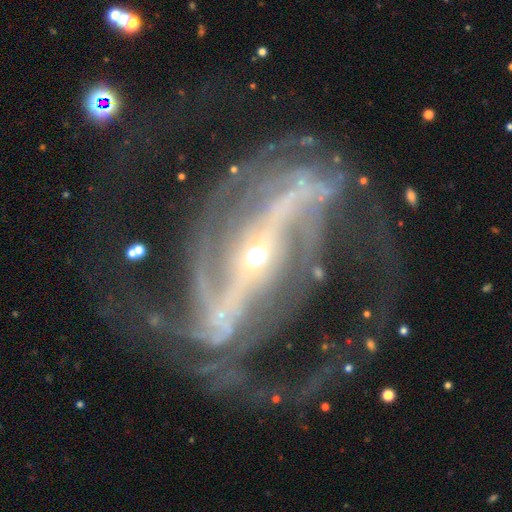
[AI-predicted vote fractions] Smooth or featured? Predicted: featured or disk (p=0.90). Edge-on disk? Predicted: no (p=0.89). Bar? Predicted: strong (p=0.81). Spiral arms? Predicted: yes (p=0.93). Spiral winding? Predicted: medium (p=0.45). Spiral arm count? Predicted: 2 (p=0.74). Bulge size? Predicted: small (p=0.82). Merging? Predicted: none (p=0.56).